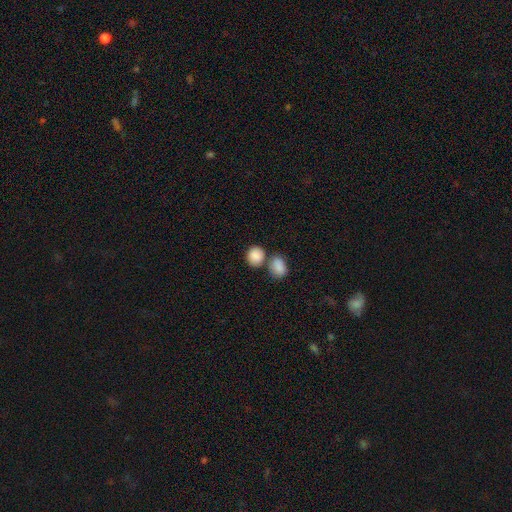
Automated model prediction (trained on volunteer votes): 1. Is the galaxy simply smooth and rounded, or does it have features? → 87% smooth, 7% star or artifact, 5% featured or disk.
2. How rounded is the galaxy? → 65% round, 34% in between, 1% cigar-shaped.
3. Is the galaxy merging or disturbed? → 51% none, 35% merger, 11% minor disturbance, 4% major disturbance.